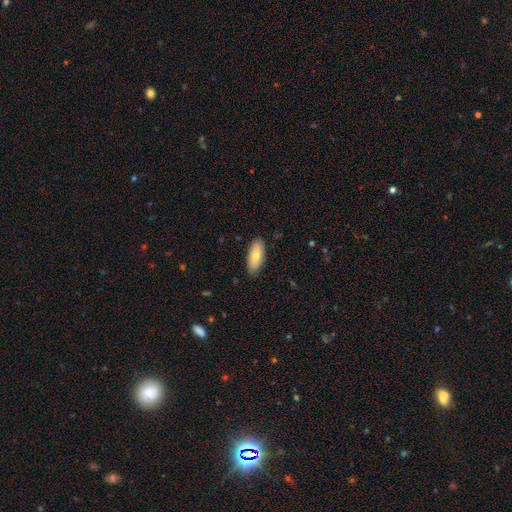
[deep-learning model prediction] The model was most divided on "smooth or featured": smooth: 74%, featured or disk: 20%, star or artifact: 6%. More confident: merging — none (87%); how rounded — in between (85%).